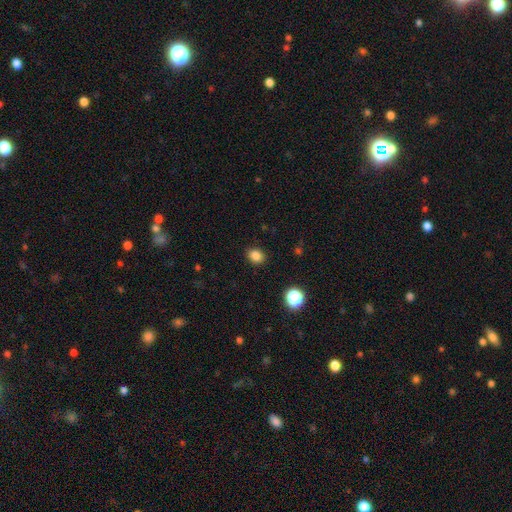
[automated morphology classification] smooth 84%, star or artifact 12%, featured or disk 4%. Down the decision tree: how rounded — round (55%); merging — none (89%).